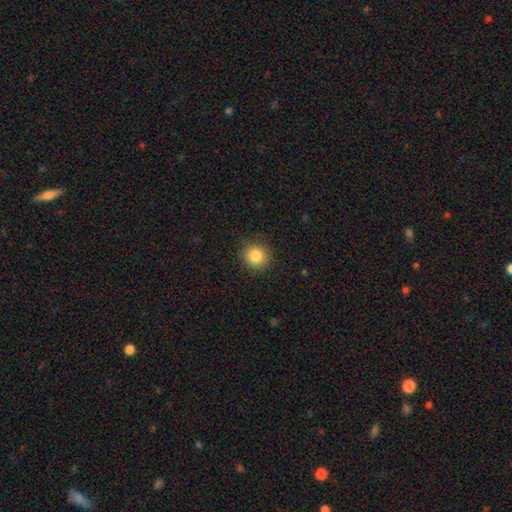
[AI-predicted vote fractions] A smooth galaxy with no disk features (84%) that is round (89%). Merging: none (89%).